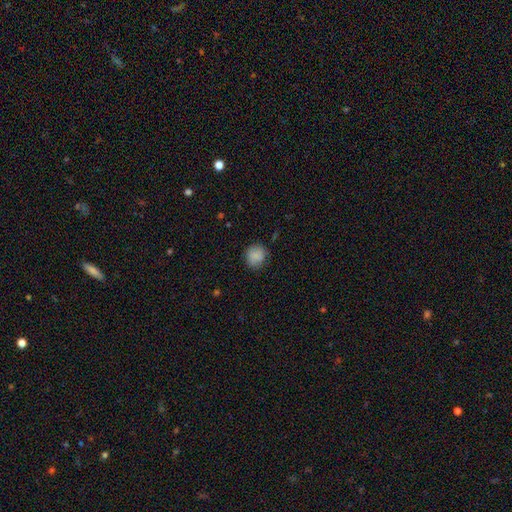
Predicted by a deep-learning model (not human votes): Smooth or featured: smooth — 86% (star or artifact — 9%)
How rounded: round — 80% (in between — 19%)
Merging: none — 79% (minor disturbance — 16%)